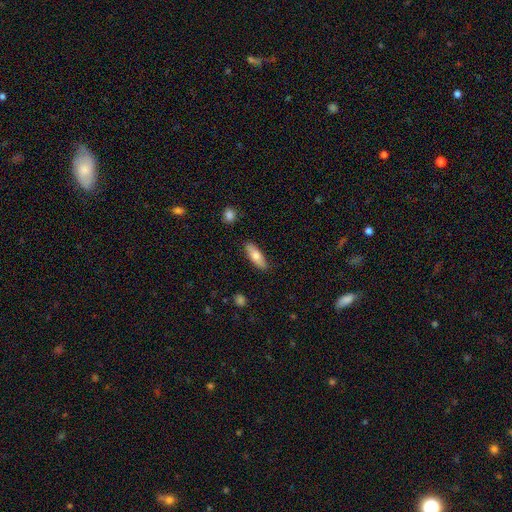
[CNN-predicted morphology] smooth 74%, featured or disk 20%, star or artifact 6%. Down the decision tree: how rounded — in between (63%); merging — none (86%).